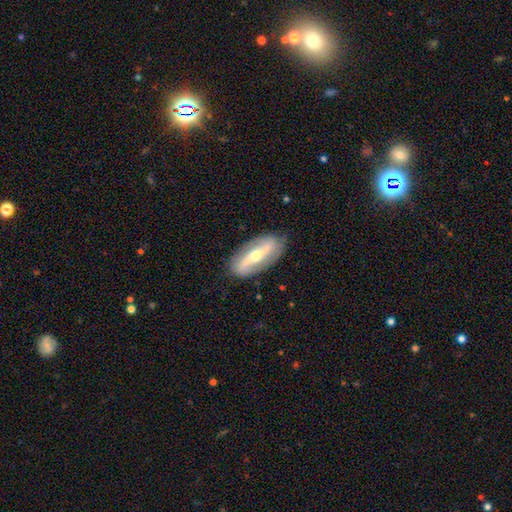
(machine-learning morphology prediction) A featured or disk galaxy (76%) with a strong bar (55%), spiral arms (78%) and a moderate central bulge (60%). Merging: none (85%).